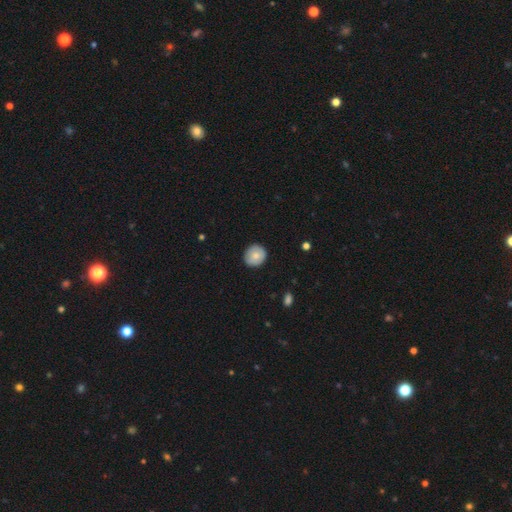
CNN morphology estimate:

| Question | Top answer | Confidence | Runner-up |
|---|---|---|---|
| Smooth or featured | smooth | 75% | featured or disk (18%) |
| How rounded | round | 90% | in between (9%) |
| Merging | none | 87% | minor disturbance (10%) |